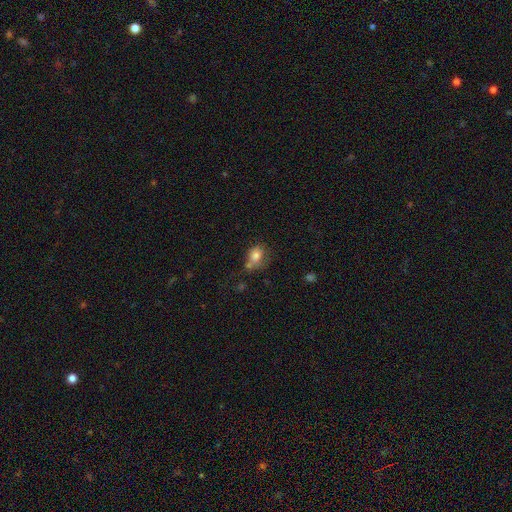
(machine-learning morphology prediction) This appears to be a smooth galaxy with no disk features (77%) that is in between round and cigar-shaped (52%). Merging: none (43%).